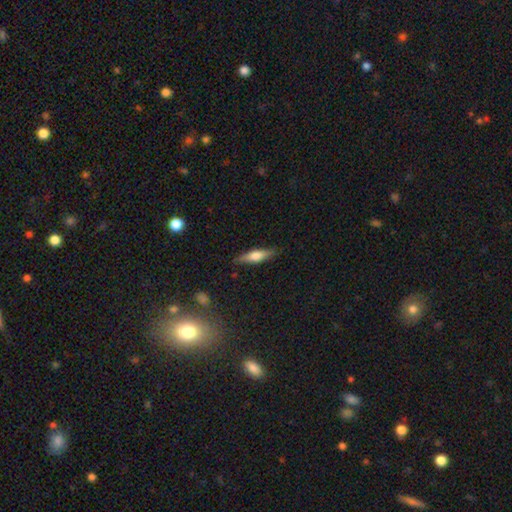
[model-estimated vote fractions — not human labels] A smooth galaxy with no disk features (51%) that is cigar-shaped (68%).

Vote fractions:
- Smooth or featured? smooth: 51% / featured or disk: 43% / star or artifact: 6%
- How rounded? cigar-shaped: 68% / in between: 29% / round: 2%
- Merging? none: 85% / minor disturbance: 11% / major disturbance: 2% / merger: 1%